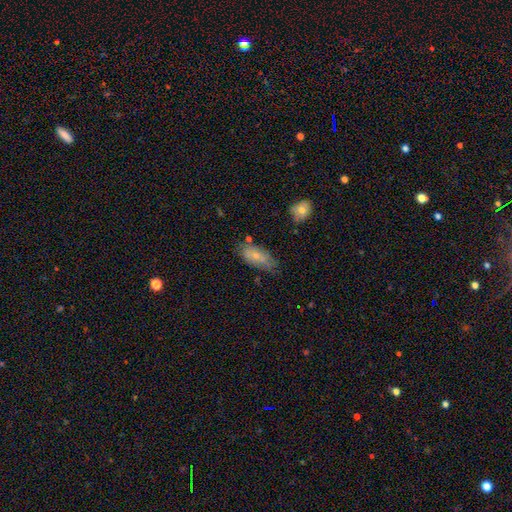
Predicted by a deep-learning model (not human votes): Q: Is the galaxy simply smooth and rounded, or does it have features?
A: smooth — 65%.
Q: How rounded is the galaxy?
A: in between — 85%.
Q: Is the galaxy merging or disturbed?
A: none — 60%.